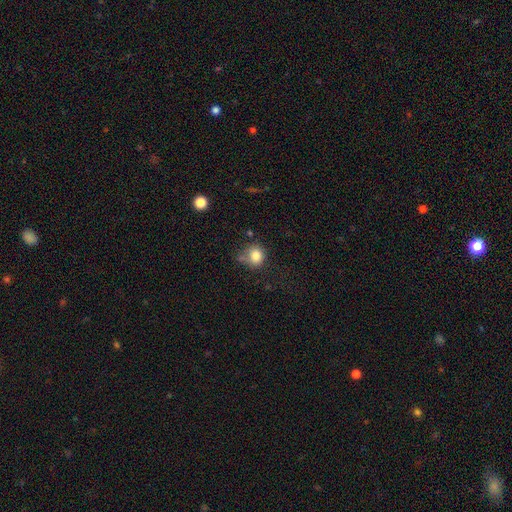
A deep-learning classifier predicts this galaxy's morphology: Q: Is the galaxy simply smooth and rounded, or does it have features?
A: smooth — 81%.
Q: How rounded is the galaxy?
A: round — 79%.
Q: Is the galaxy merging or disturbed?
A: none — 59%.